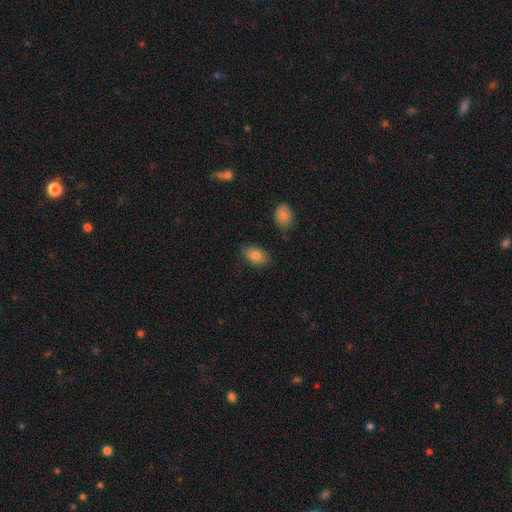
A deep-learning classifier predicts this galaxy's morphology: Smooth or featured? Predicted: smooth (p=0.82). How rounded? Predicted: in between (p=0.89). Merging? Predicted: none (p=0.81).